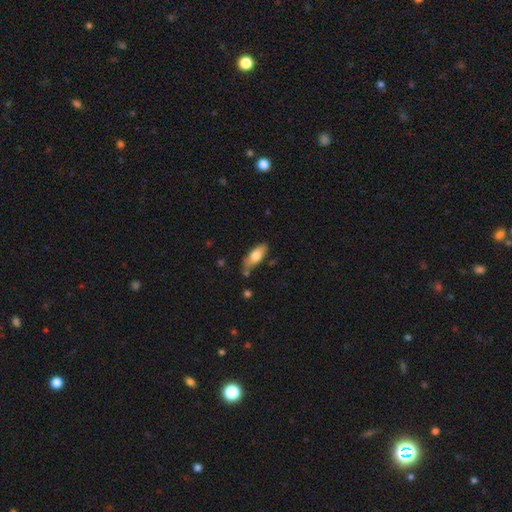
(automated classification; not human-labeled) A smooth galaxy with no disk features (71%) that is in between round and cigar-shaped (75%).

Vote fractions:
- Smooth or featured? smooth: 71% / featured or disk: 23% / star or artifact: 6%
- How rounded? in between: 75% / cigar-shaped: 23% / round: 2%
- Merging? none: 67% / minor disturbance: 22% / merger: 7% / major disturbance: 4%